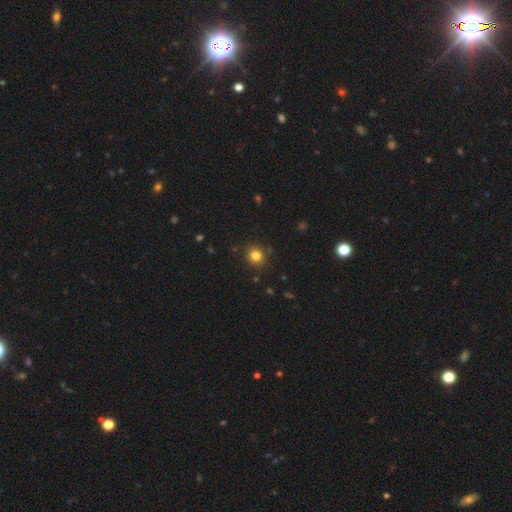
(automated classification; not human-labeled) A smooth galaxy with no disk features (80%) that is round (88%). Merging: none (88%).